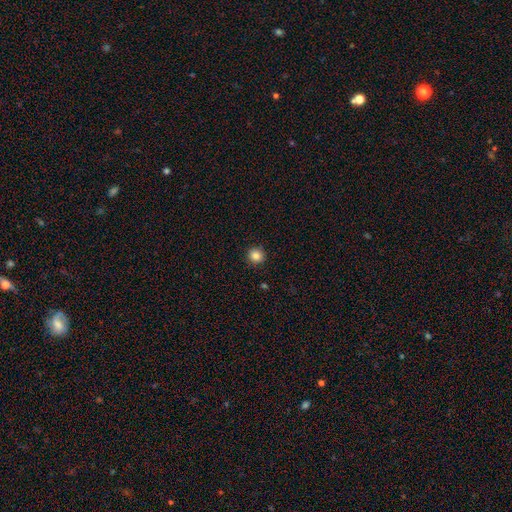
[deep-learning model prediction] Smooth or featured? smooth (85%)
How rounded? round (93%)
Merging? none (92%)